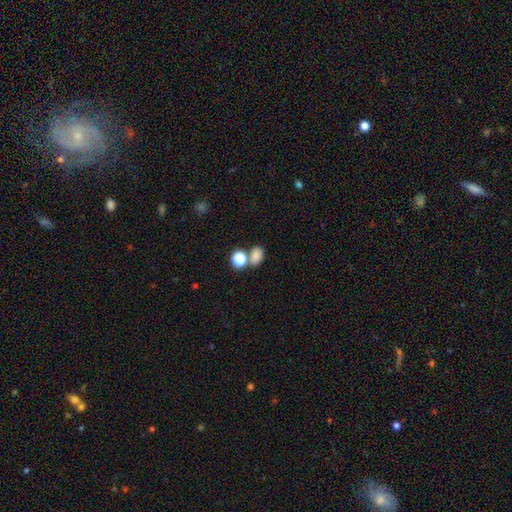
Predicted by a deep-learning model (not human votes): smooth-or-featured: smooth: 80% | star or artifact: 13% | featured or disk: 6%
  how-rounded: in between: 71% | round: 27% | cigar-shaped: 1%
  merging: none: 55% | merger: 30% | minor disturbance: 10% | major disturbance: 4%